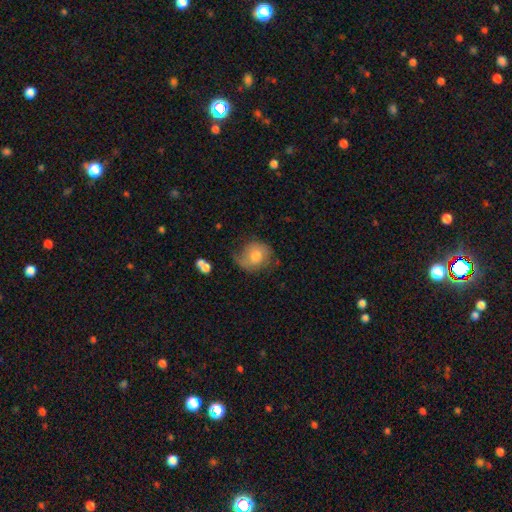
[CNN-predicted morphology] type=smooth (51%); roundness=round (71%); merging=none (55%).